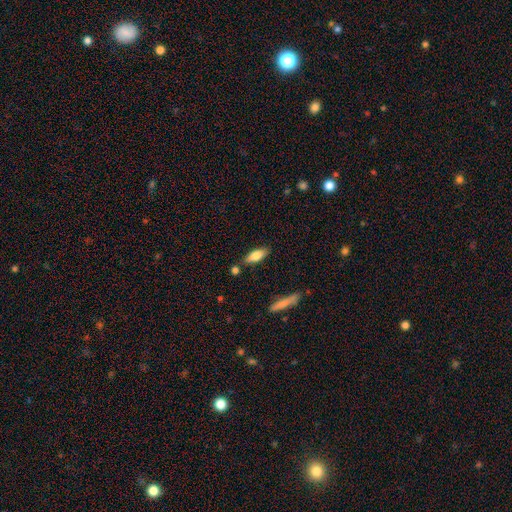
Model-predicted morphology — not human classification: Q: Smooth or featured?
A: smooth (77%); runner-up: featured or disk (17%)
Q: How rounded?
A: in between (66%); runner-up: cigar-shaped (32%)
Q: Merging?
A: none (77%); runner-up: minor disturbance (13%)